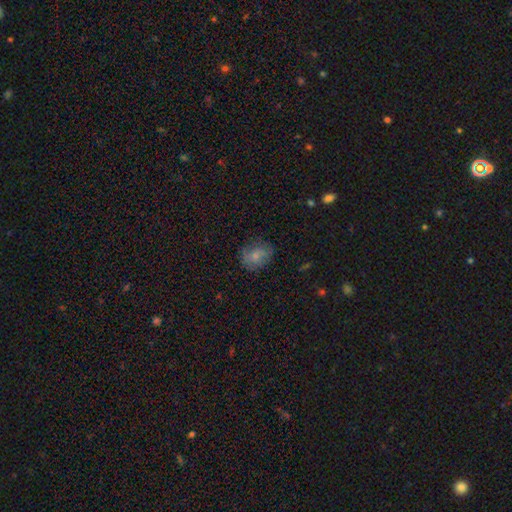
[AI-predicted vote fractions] Smooth or featured: smooth — 74% (featured or disk — 17%)
How rounded: round — 51% (in between — 48%)
Merging: none — 72% (minor disturbance — 21%)